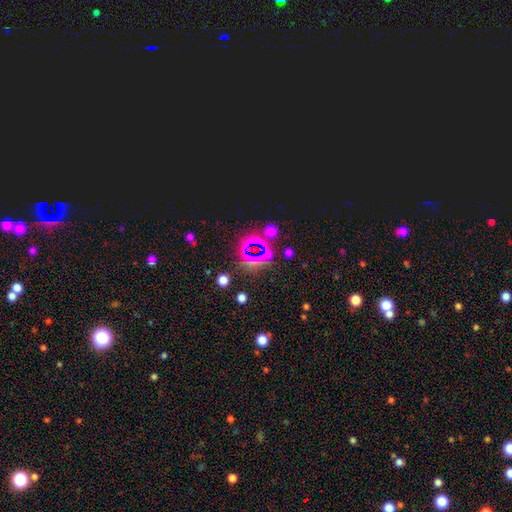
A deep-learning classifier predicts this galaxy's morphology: smooth-or-featured: star or artifact: 70% | smooth: 20% | featured or disk: 10%